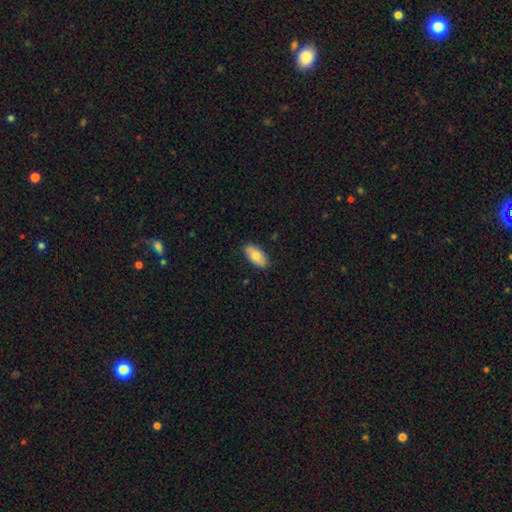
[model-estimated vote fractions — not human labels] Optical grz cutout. It shows a smooth galaxy with no disk features (75%) that is in between round and cigar-shaped (93%). Merging: none (86%).